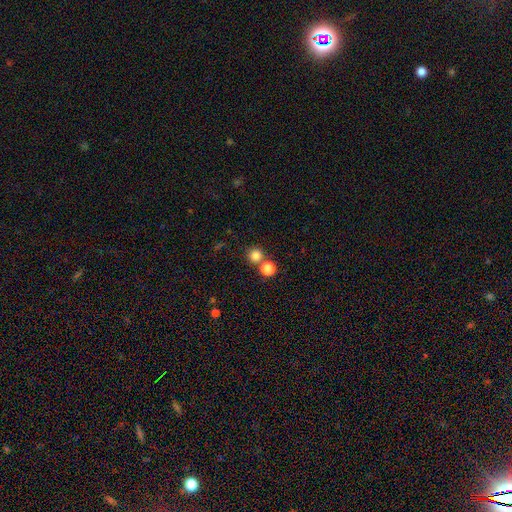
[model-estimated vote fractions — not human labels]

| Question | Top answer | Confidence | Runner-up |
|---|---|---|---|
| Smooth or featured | smooth | 82% | star or artifact (12%) |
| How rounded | round | 92% | in between (7%) |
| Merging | none | 63% | merger (29%) |